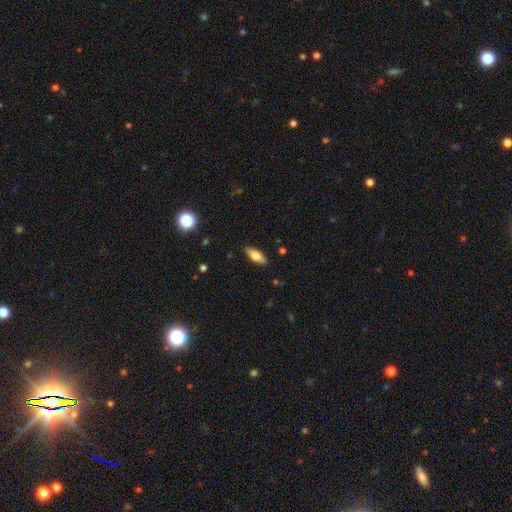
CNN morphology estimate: smooth 69%, featured or disk 24%, star or artifact 7%. Down the decision tree: how rounded — in between (73%); merging — none (88%).